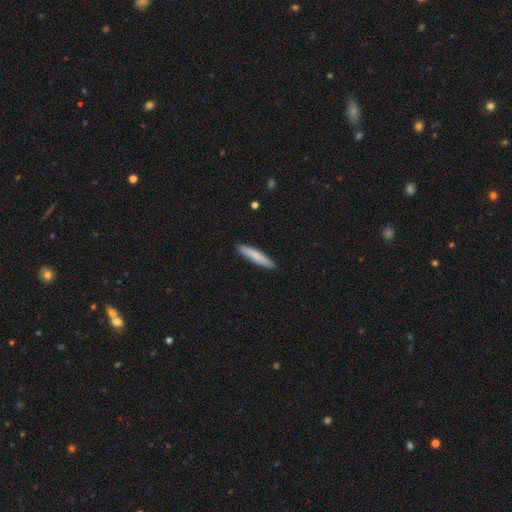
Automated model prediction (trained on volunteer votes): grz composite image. It shows a smooth galaxy with no disk features (78%) that is cigar-shaped (90%). Merging: none (90%).